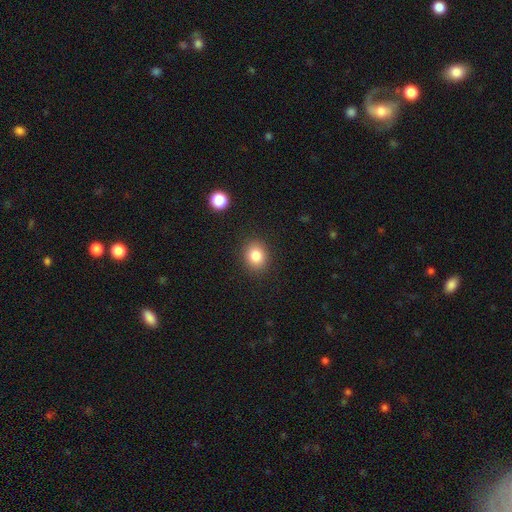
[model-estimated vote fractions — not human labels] smooth_or_featured: smooth (p=0.84) [alt: star or artifact p=0.10]
how_rounded: round (p=0.61) [alt: in between p=0.38]
merging: none (p=0.87) [alt: minor disturbance p=0.08]